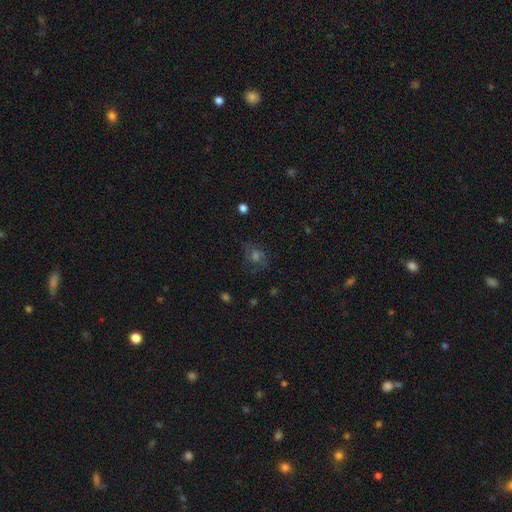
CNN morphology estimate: Smooth or featured? Predicted: smooth (p=0.37). Merging? Predicted: none (p=0.72).